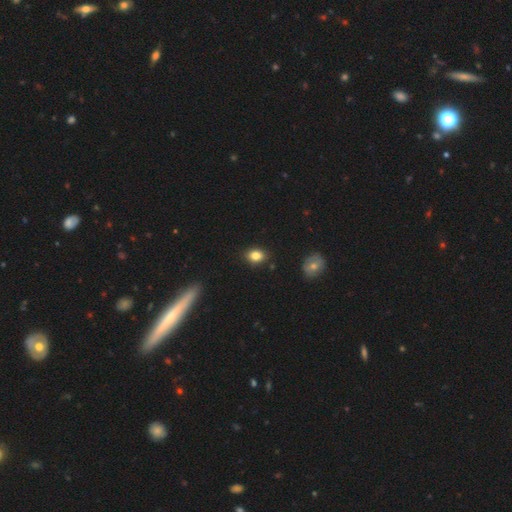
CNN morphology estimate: Smooth or featured? Predicted: smooth (p=0.83). How rounded? Predicted: in between (p=0.57). Merging? Predicted: none (p=0.86).